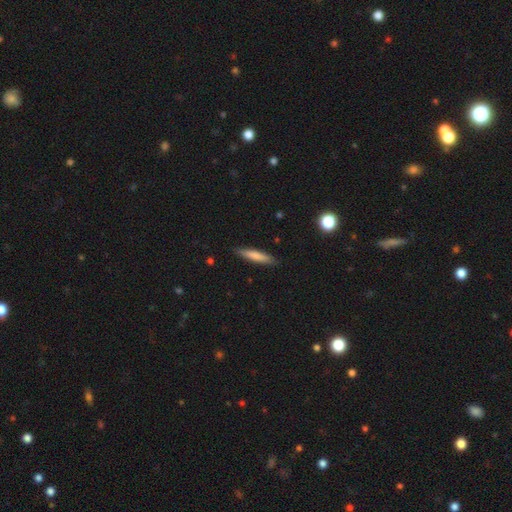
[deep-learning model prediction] Smooth or featured? smooth (76%)
How rounded? cigar-shaped (88%)
Merging? none (88%)